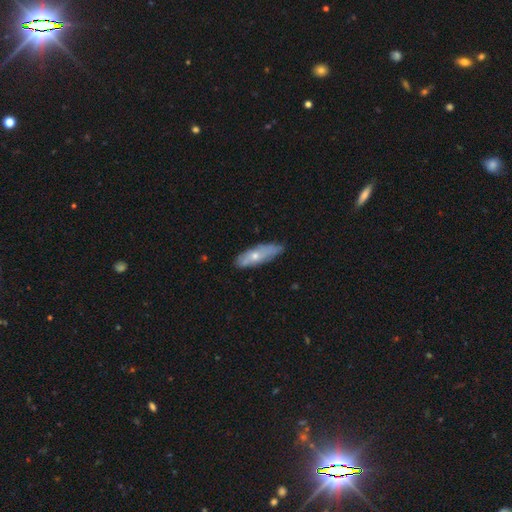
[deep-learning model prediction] A smooth galaxy with no disk features (52%) that is in between round and cigar-shaped (50%).

Vote fractions:
- Smooth or featured? smooth: 52% / featured or disk: 42% / star or artifact: 6%
- How rounded? in between: 50% / cigar-shaped: 48% / round: 3%
- Merging? none: 72% / minor disturbance: 22% / major disturbance: 4% / merger: 2%